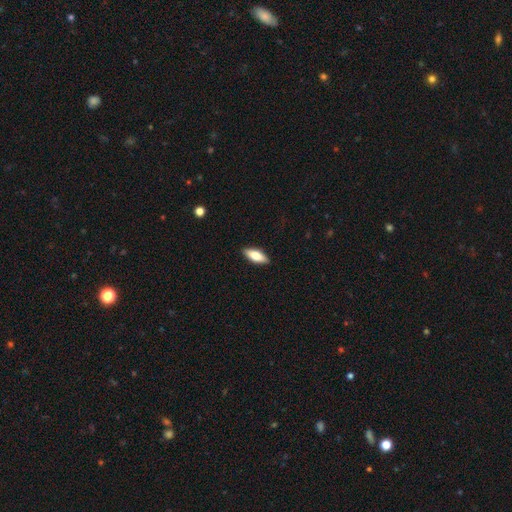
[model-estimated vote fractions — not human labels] smooth_or_featured: smooth (p=0.71) [alt: featured or disk p=0.23]
how_rounded: in between (p=0.69) [alt: cigar-shaped p=0.28]
merging: none (p=0.89) [alt: minor disturbance p=0.08]